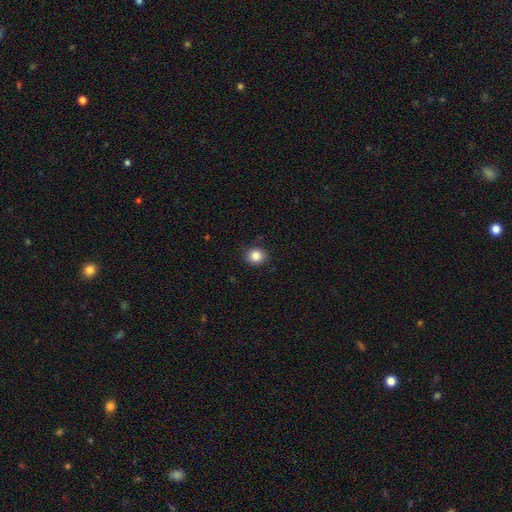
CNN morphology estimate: Smooth or featured?
  - smooth: 86% *
  - star or artifact: 10%
  - featured or disk: 4%
How rounded?
  - round: 84% *
  - in between: 15%
  - cigar-shaped: 1%
Merging?
  - none: 88% *
  - minor disturbance: 9%
  - major disturbance: 2%
  - merger: 1%